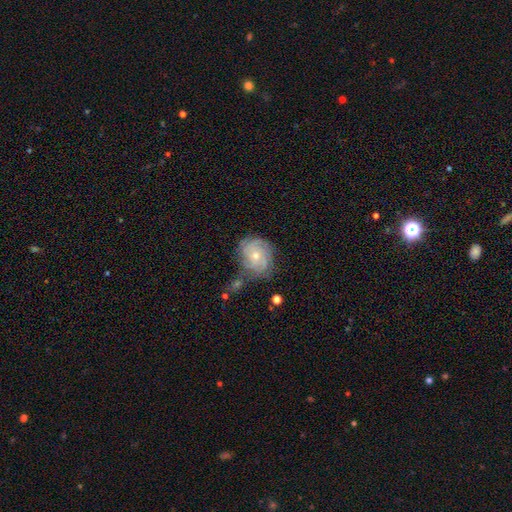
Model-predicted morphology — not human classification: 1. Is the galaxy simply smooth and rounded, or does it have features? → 76% featured or disk, 16% smooth, 8% star or artifact.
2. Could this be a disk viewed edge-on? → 97% no, 3% yes.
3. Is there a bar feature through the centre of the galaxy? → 77% no, 20% weak, 3% strong.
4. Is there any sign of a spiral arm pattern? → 94% yes, 6% no.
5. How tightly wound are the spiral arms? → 72% tight, 22% medium, 6% loose.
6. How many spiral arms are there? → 33% can't tell, 23% 4, 19% 3, 10% 2, 9% more than 4, 6% 1.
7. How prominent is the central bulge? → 54% small, 43% moderate, 2% large, 1% none, 1% dominant.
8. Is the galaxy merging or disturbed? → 63% none, 19% minor disturbance, 9% major disturbance, 9% merger.